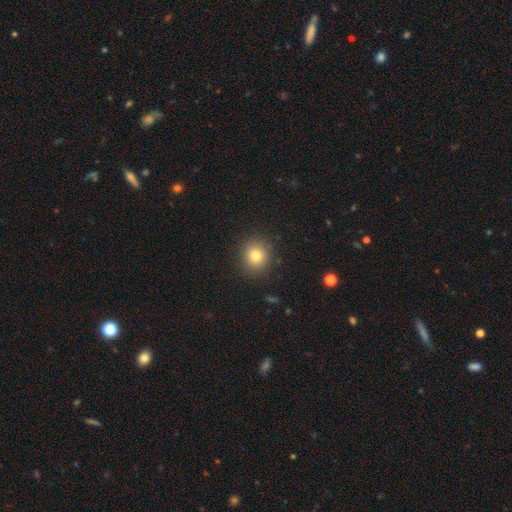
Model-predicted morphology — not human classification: This is likely a smooth galaxy (79%). How rounded: clearly round (86%). Merging: clearly none (89%).